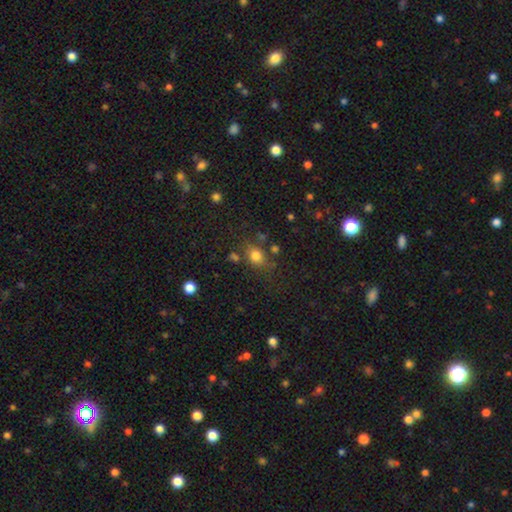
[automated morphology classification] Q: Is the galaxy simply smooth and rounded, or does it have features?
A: smooth — 77%.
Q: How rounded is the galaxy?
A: round — 53%.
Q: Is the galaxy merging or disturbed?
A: none — 69%.